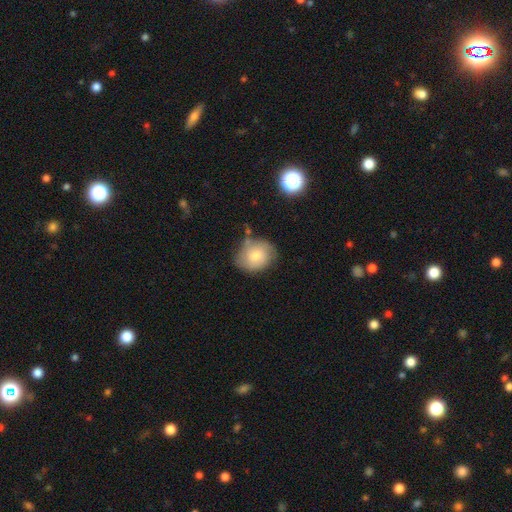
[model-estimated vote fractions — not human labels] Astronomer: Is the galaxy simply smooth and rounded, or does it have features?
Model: smooth — 68%.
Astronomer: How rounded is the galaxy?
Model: round — 63%.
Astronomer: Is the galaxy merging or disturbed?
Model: none — 62%.